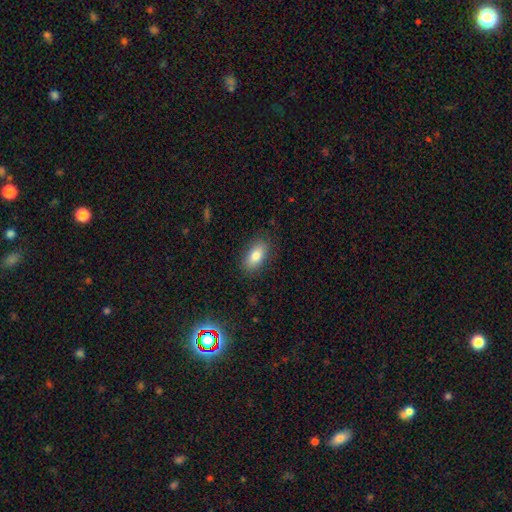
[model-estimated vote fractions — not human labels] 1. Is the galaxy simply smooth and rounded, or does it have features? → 80% smooth, 12% featured or disk, 8% star or artifact.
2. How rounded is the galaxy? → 89% in between, 6% cigar-shaped, 5% round.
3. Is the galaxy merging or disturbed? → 86% none, 10% minor disturbance, 3% major disturbance, 1% merger.